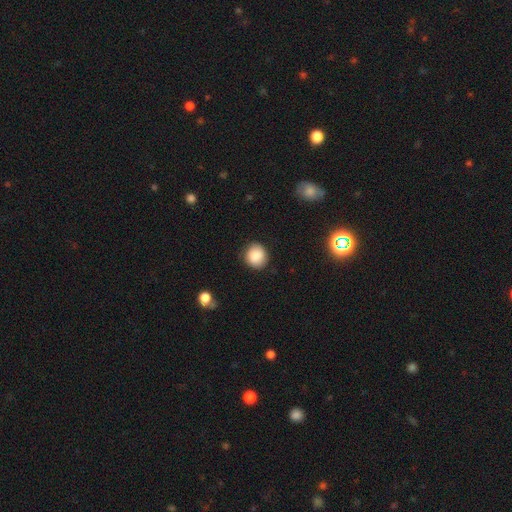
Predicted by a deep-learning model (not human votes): A smooth galaxy with no disk features (86%) that is round (86%).

Vote fractions:
- Smooth or featured? smooth: 86% / star or artifact: 8% / featured or disk: 5%
- How rounded? round: 86% / in between: 13% / cigar-shaped: 1%
- Merging? none: 86% / minor disturbance: 11% / major disturbance: 2% / merger: 1%